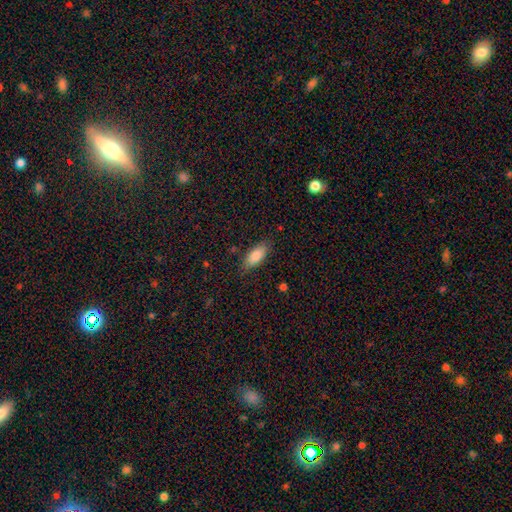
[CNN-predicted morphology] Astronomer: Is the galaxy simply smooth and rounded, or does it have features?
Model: smooth — 85%.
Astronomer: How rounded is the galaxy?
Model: in between — 82%.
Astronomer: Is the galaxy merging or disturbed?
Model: none — 81%.